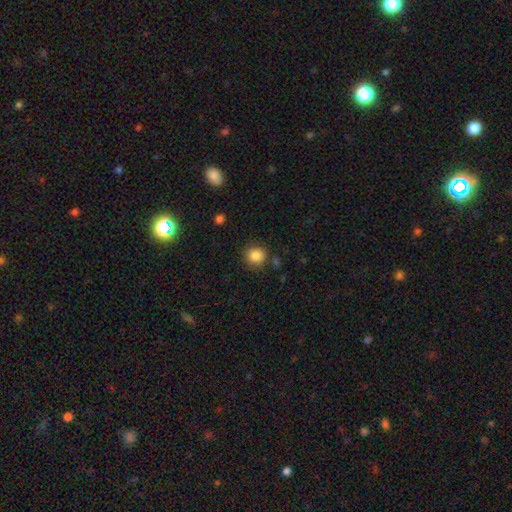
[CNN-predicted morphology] A smooth galaxy with no disk features (86%) that is round (90%). Merging: none (84%).